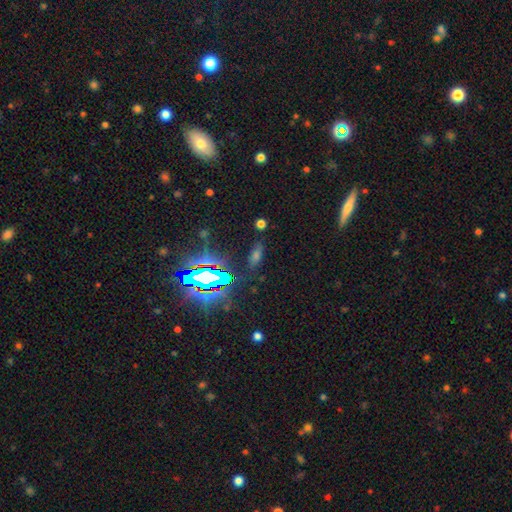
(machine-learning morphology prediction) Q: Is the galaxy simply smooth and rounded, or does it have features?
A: smooth — 46%.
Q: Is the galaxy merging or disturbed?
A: none — 80%.